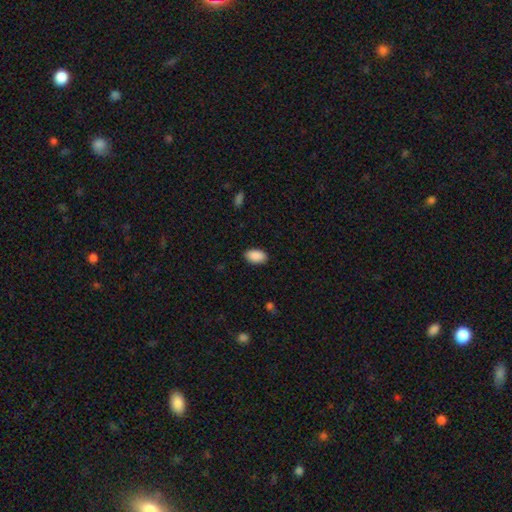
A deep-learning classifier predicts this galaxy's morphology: Smooth or featured: smooth — 90% (star or artifact — 7%)
How rounded: in between — 94% (round — 5%)
Merging: none — 88% (minor disturbance — 9%)